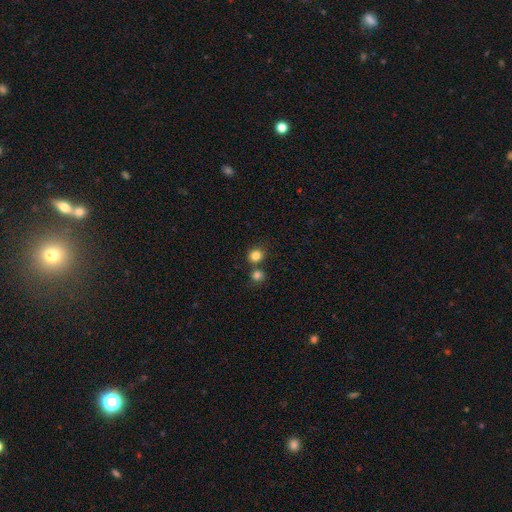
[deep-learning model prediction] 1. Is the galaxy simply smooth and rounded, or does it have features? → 82% smooth, 13% star or artifact, 6% featured or disk.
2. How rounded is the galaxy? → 87% round, 12% in between, 1% cigar-shaped.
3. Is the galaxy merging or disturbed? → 67% none, 23% merger, 8% minor disturbance, 3% major disturbance.